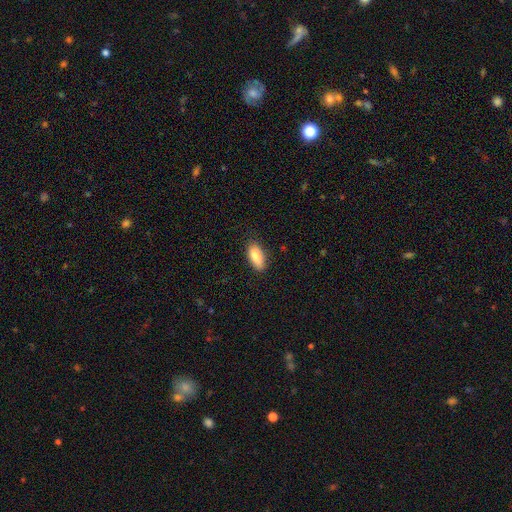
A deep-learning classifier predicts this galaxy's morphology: smooth_or_featured: smooth (p=0.85) [alt: featured or disk p=0.08]
how_rounded: in between (p=0.85) [alt: cigar-shaped p=0.13]
merging: none (p=0.82) [alt: minor disturbance p=0.15]